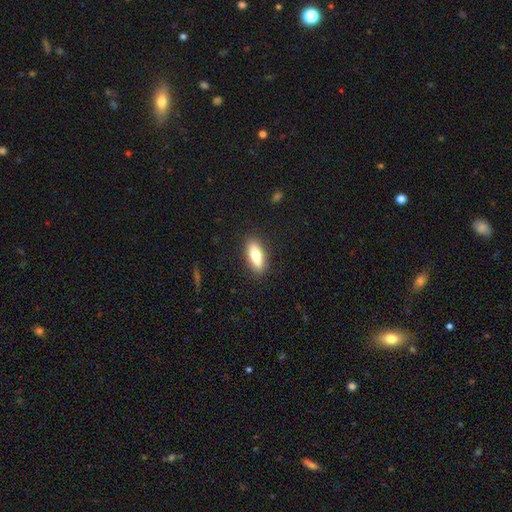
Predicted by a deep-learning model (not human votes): This appears to be a smooth galaxy with no disk features (73%) that is in between round and cigar-shaped (66%). Merging: none (88%).